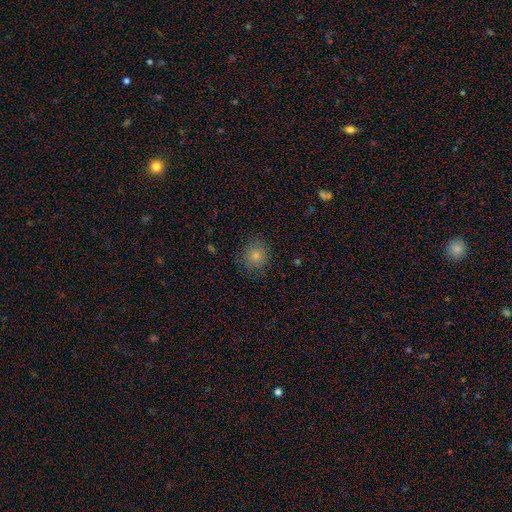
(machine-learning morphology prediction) Overall: smooth (72%). How rounded: round (84%). Merging: none (84%).